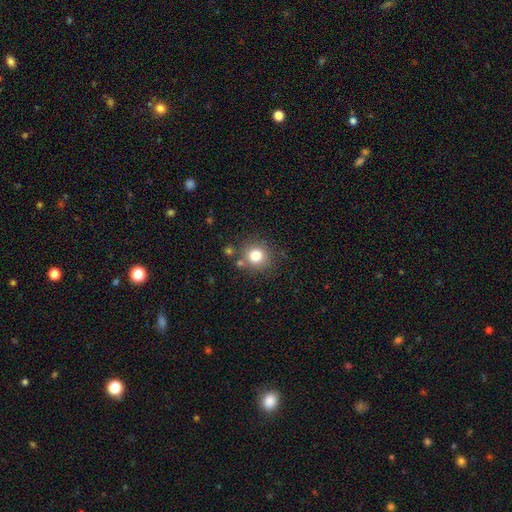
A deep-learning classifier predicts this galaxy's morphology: Q: Smooth or featured?
A: smooth (79%); runner-up: star or artifact (12%)
Q: How rounded?
A: round (87%); runner-up: in between (12%)
Q: Merging?
A: none (78%); runner-up: minor disturbance (11%)